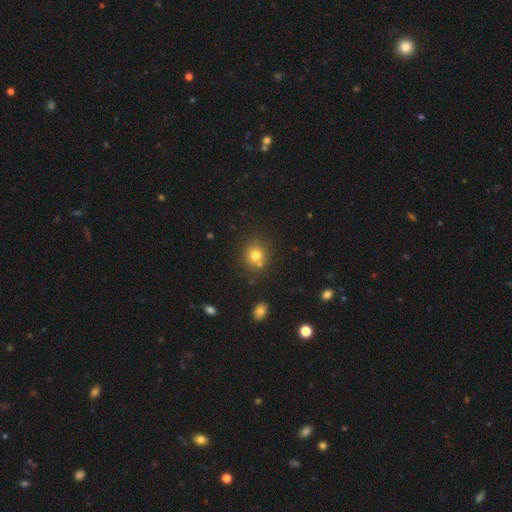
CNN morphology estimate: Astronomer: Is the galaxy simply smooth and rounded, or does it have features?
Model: smooth — 76%.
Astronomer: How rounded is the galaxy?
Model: round — 87%.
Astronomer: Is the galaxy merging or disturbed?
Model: none — 72%.